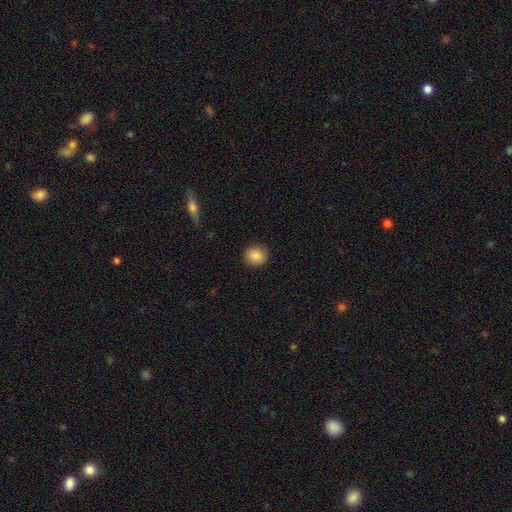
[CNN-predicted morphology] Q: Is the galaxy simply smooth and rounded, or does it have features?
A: smooth — 86%.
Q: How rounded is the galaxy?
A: round — 88%.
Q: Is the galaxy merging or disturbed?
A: none — 91%.